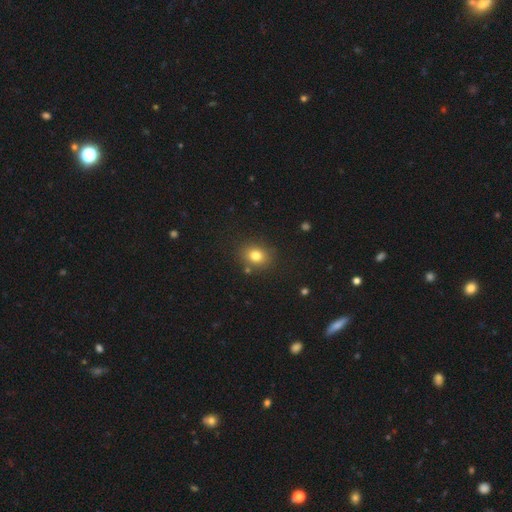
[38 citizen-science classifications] Overall: smooth (84%). How rounded: round (62%; in between 38%). Merging: none (89%).